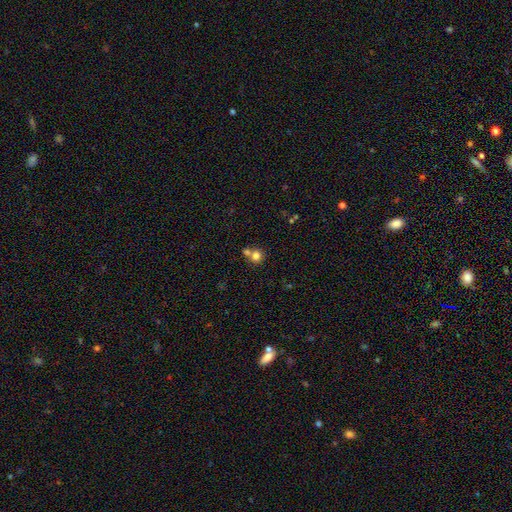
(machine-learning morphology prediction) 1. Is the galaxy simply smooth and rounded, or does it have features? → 78% smooth, 12% star or artifact, 10% featured or disk.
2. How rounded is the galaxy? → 84% round, 15% in between, 1% cigar-shaped.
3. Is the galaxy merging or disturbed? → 48% none, 42% merger, 7% minor disturbance, 3% major disturbance.